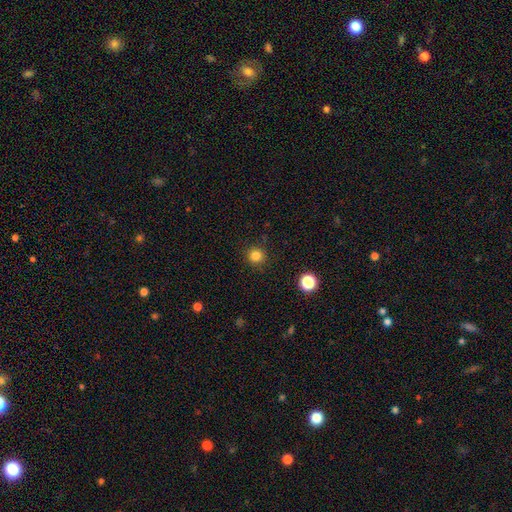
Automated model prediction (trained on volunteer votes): Smooth or featured? Predicted: smooth (p=0.82). How rounded? Predicted: round (p=0.94). Merging? Predicted: none (p=0.90).